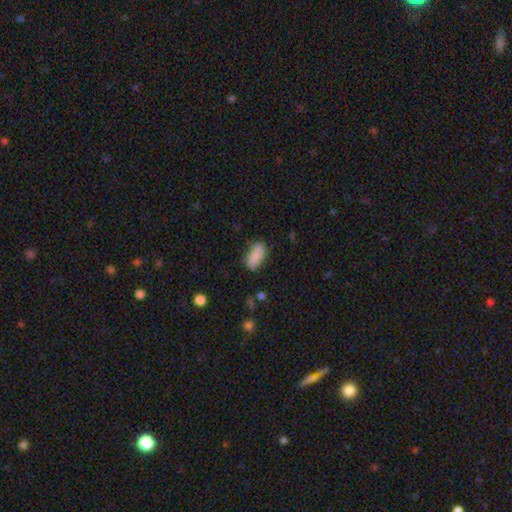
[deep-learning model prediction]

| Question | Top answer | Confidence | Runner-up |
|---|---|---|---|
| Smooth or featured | smooth | 85% | featured or disk (8%) |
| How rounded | in between | 85% | cigar-shaped (12%) |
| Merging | none | 77% | minor disturbance (17%) |